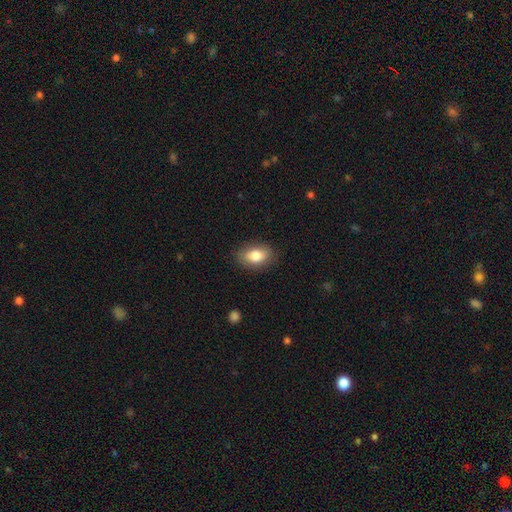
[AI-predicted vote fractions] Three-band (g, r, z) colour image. It shows a smooth galaxy with no disk features (81%) that is in between round and cigar-shaped (86%). Merging: none (85%).